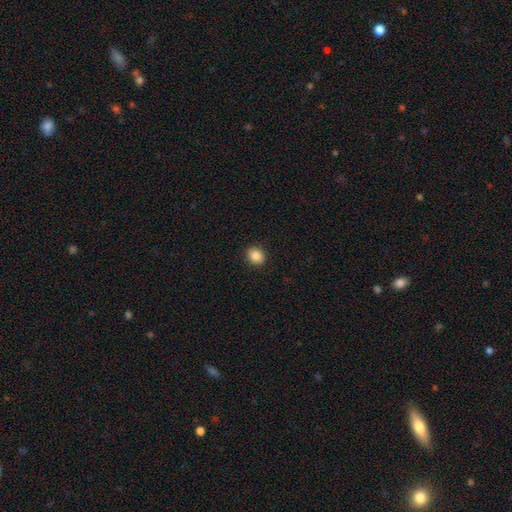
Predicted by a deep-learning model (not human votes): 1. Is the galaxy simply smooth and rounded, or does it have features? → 86% smooth, 9% star or artifact, 5% featured or disk.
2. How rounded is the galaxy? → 66% round, 33% in between, 1% cigar-shaped.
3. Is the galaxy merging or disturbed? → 91% none, 6% minor disturbance, 2% major disturbance, 1% merger.